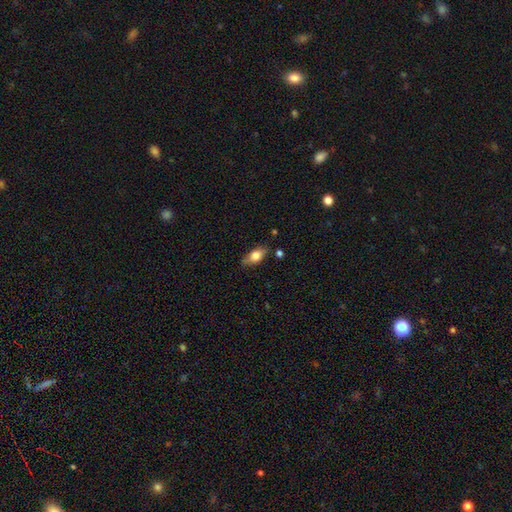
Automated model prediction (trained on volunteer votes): A smooth galaxy with no disk features (72%) that is in between round and cigar-shaped (84%).

Vote fractions:
- Smooth or featured? smooth: 72% / featured or disk: 21% / star or artifact: 7%
- How rounded? in between: 84% / cigar-shaped: 11% / round: 5%
- Merging? none: 79% / minor disturbance: 15% / major disturbance: 3% / merger: 3%